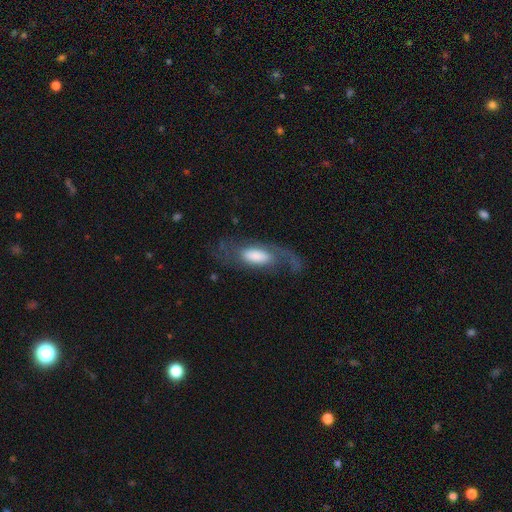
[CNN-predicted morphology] A featured or disk galaxy (66%) with no bar (55%), spiral arms (84%) and a large central bulge (47%). Merging: none (56%).